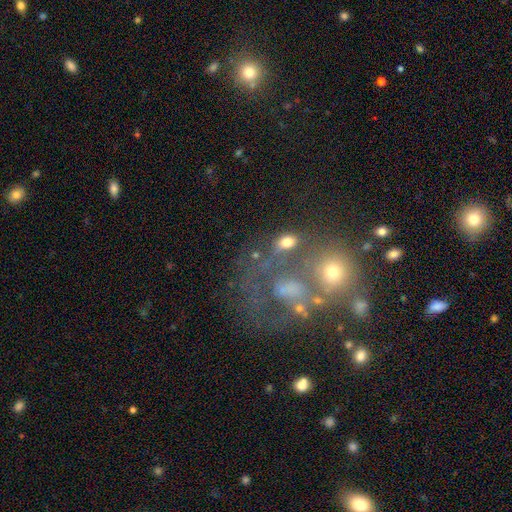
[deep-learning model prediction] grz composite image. It shows a smooth galaxy with no disk features (44%). Merging: none (40%).